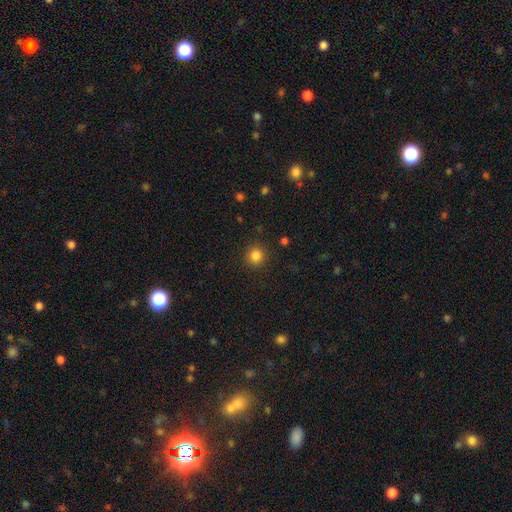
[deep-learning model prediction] The model was most divided on "smooth or featured": smooth: 84%, star or artifact: 12%, featured or disk: 4%. More confident: merging — none (90%); how rounded — round (88%).